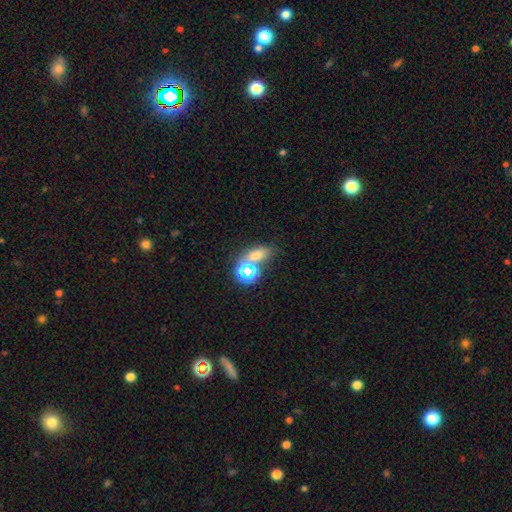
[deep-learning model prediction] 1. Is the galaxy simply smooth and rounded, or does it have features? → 56% smooth, 32% star or artifact, 13% featured or disk.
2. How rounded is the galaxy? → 72% in between, 23% round, 5% cigar-shaped.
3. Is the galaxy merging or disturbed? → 51% none, 31% merger, 12% minor disturbance, 7% major disturbance.